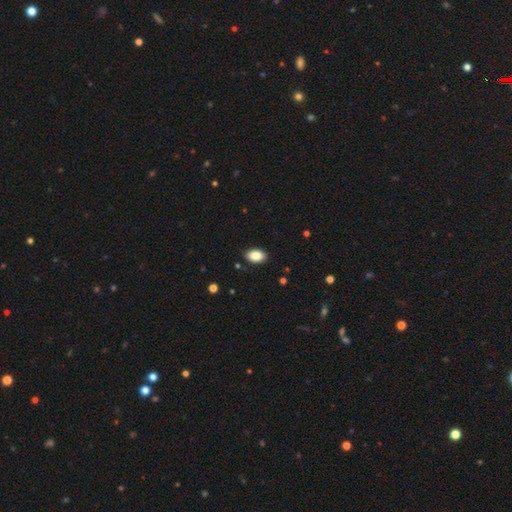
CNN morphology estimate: This is clearly a smooth galaxy (87%). How rounded: clearly in between (91%). Merging: clearly none (88%).